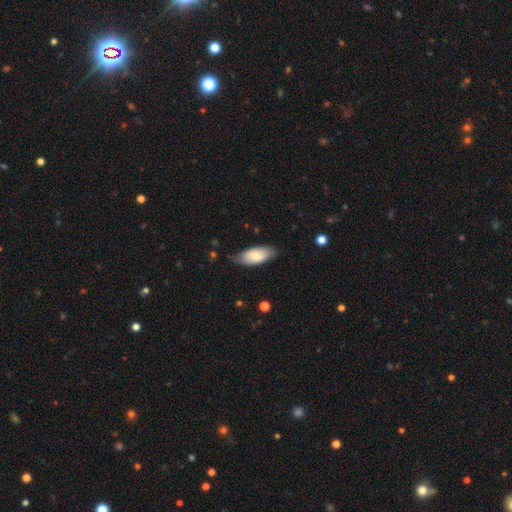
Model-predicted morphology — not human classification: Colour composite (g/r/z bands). It shows a smooth galaxy with no disk features (79%) that is in between round and cigar-shaped (88%). Merging: none (76%).